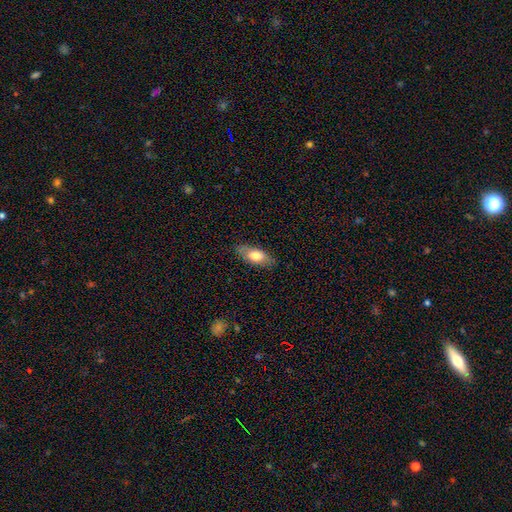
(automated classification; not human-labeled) Smooth or featured: smooth — 73% (featured or disk — 21%)
How rounded: in between — 82% (cigar-shaped — 14%)
Merging: none — 82% (minor disturbance — 14%)